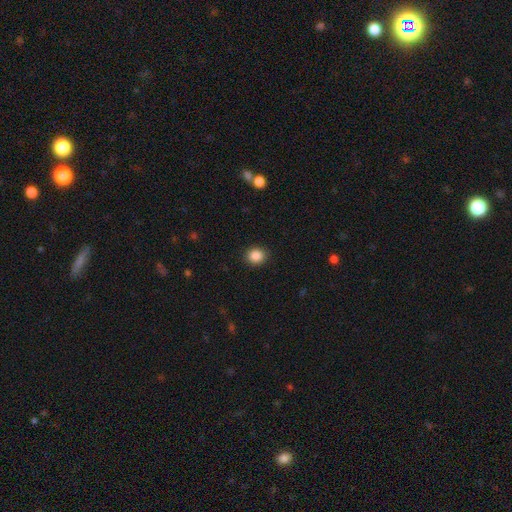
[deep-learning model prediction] Smooth or featured: smooth — 87% (star or artifact — 9%)
How rounded: round — 78% (in between — 21%)
Merging: none — 89% (minor disturbance — 8%)